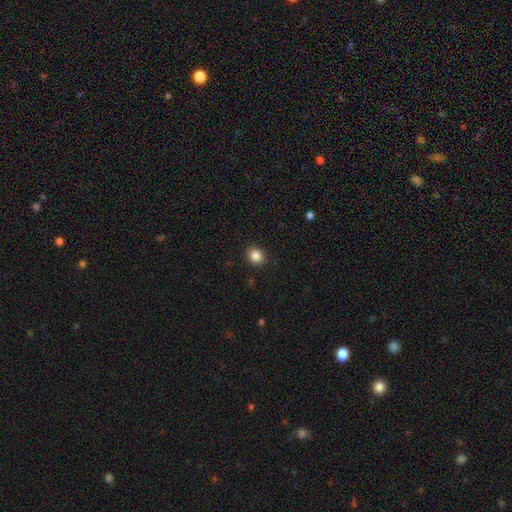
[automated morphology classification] Smooth or featured? smooth (86%)
How rounded? round (69%)
Merging? none (91%)